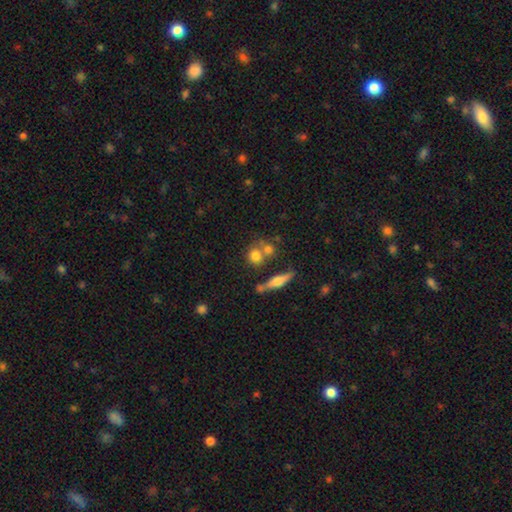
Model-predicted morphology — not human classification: smooth_or_featured: smooth (p=0.72) [alt: featured or disk p=0.17]
how_rounded: round (p=0.72) [alt: in between p=0.23]
merging: none (p=0.52) [alt: merger p=0.33]